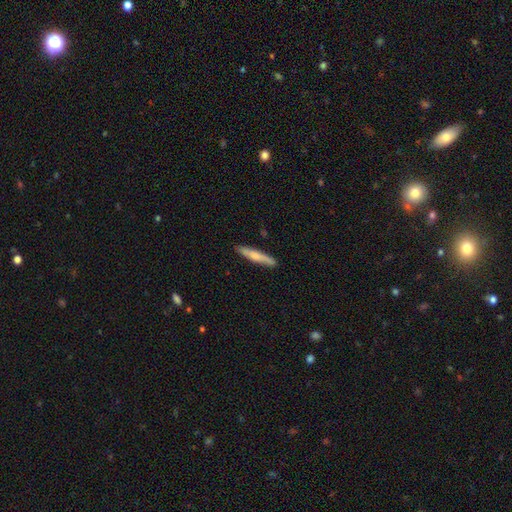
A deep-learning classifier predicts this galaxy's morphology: smooth-or-featured: smooth: 61% | featured or disk: 33% | star or artifact: 5%
  how-rounded: cigar-shaped: 92% | in between: 6% | round: 1%
  merging: none: 87% | minor disturbance: 10% | major disturbance: 2% | merger: 1%